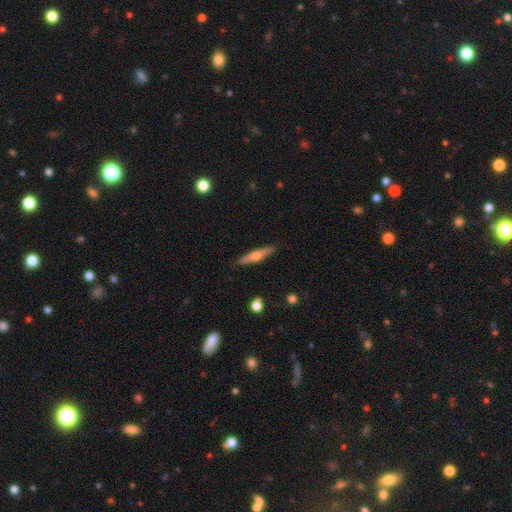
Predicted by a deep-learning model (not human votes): This is possibly a featured or disk galaxy (50%). It is clearly viewed edge-on (95%). Merging: clearly none (88%).